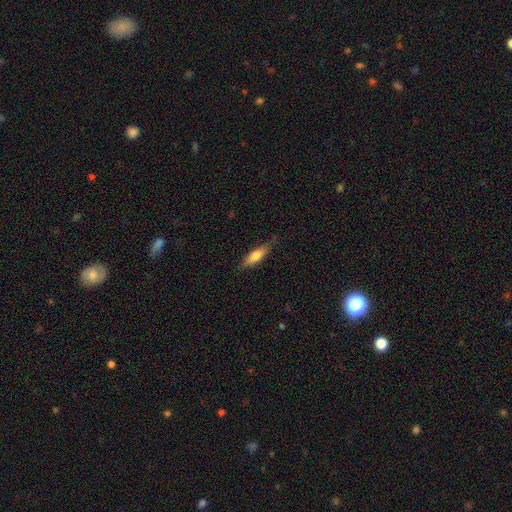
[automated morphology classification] Smooth or featured?
  - smooth: 65% *
  - featured or disk: 29%
  - star or artifact: 6%
How rounded?
  - cigar-shaped: 57% *
  - in between: 41%
  - round: 2%
Merging?
  - none: 78% *
  - minor disturbance: 18%
  - major disturbance: 4%
  - merger: 1%